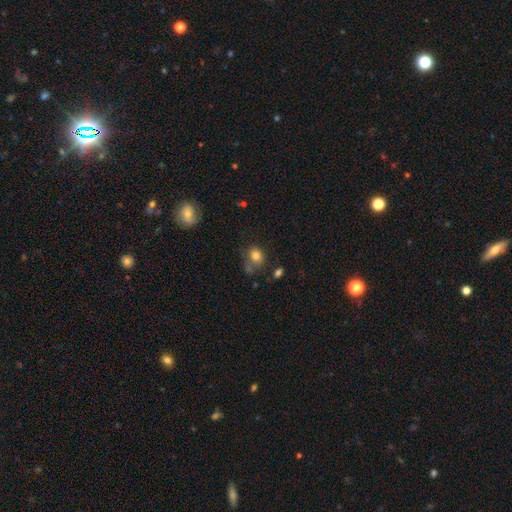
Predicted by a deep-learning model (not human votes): Q: Smooth or featured?
A: smooth (79%); runner-up: star or artifact (11%)
Q: How rounded?
A: round (58%); runner-up: in between (41%)
Q: Merging?
A: none (50%); runner-up: minor disturbance (24%)